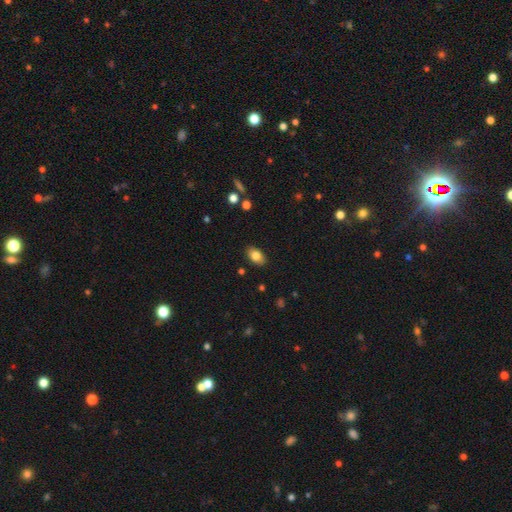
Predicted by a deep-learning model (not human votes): Smooth or featured? Predicted: smooth (p=0.81). How rounded? Predicted: in between (p=0.89). Merging? Predicted: none (p=0.87).